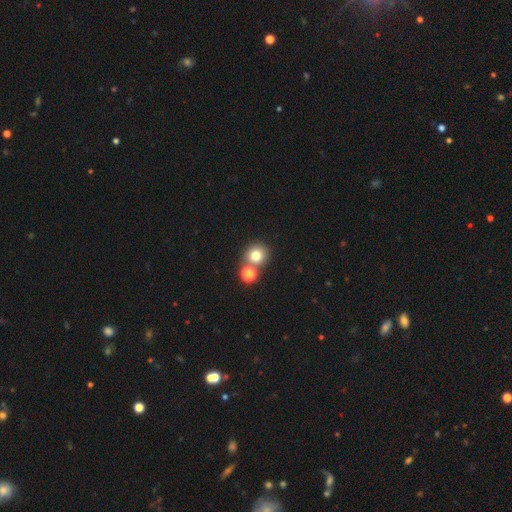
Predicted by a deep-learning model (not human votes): Overall: smooth (77%). How rounded: round (88%). Merging: none (62%; merger 28%).